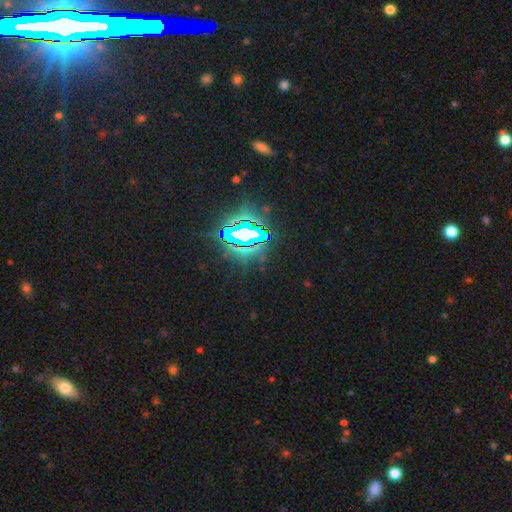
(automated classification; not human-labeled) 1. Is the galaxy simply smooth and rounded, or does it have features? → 84% star or artifact, 9% smooth, 7% featured or disk.